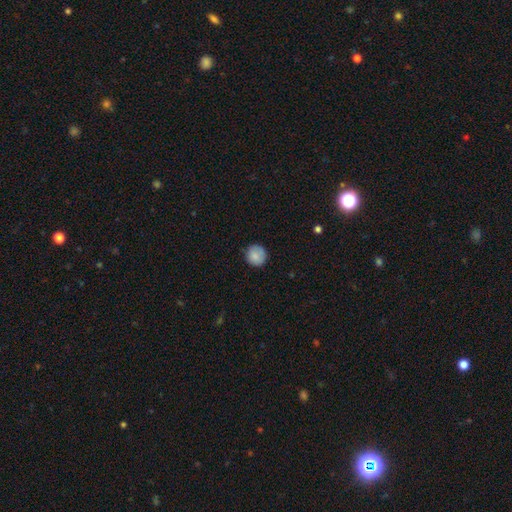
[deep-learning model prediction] Smooth or featured: smooth — 85% (star or artifact — 8%)
How rounded: round — 93% (in between — 6%)
Merging: none — 84% (minor disturbance — 12%)